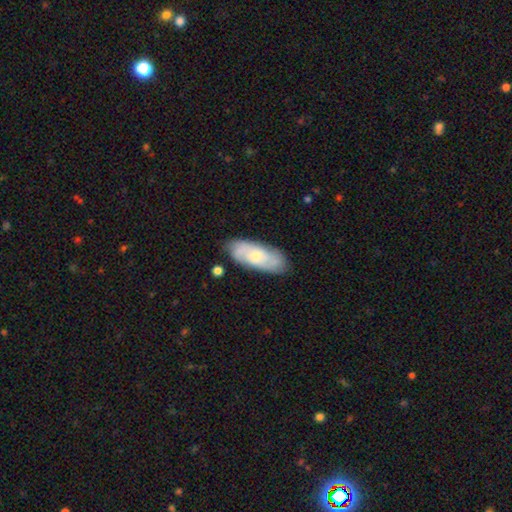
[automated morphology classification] featured or disk 54%, smooth 40%, star or artifact 6%. Down the decision tree: edge-on disk — no (88%); merging — none (77%).